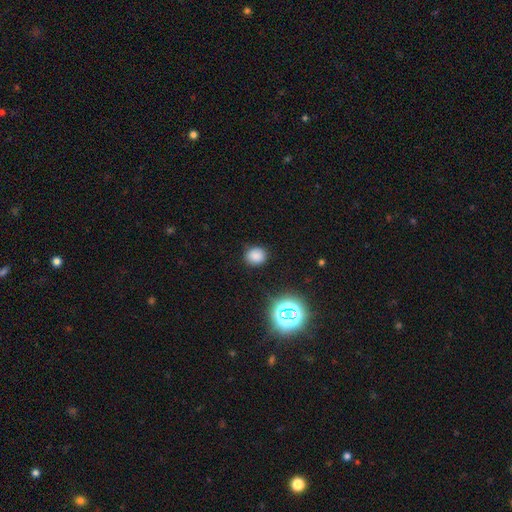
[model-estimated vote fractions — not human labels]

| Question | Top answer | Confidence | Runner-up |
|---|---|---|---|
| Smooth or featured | smooth | 78% | star or artifact (17%) |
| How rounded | round | 79% | in between (20%) |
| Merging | none | 87% | minor disturbance (9%) |